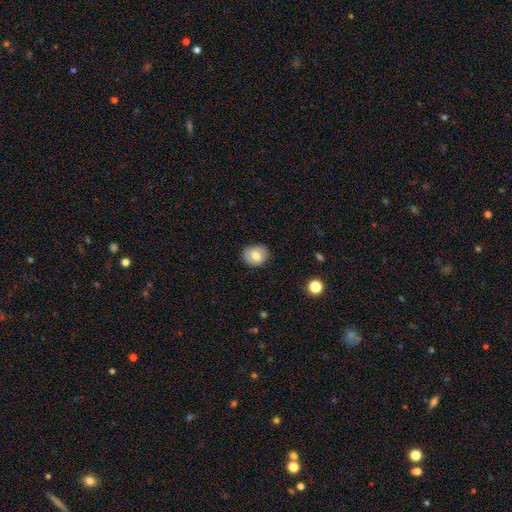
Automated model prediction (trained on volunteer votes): Smooth or featured? smooth (73%)
How rounded? round (62%)
Merging? none (83%)